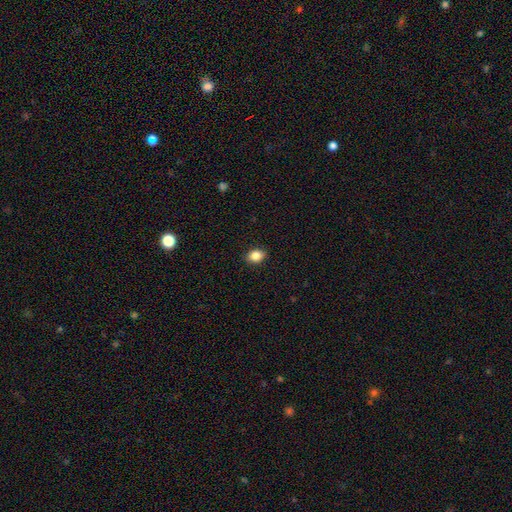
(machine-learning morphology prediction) type=smooth (85%); roundness=in between (69%); merging=none (89%).